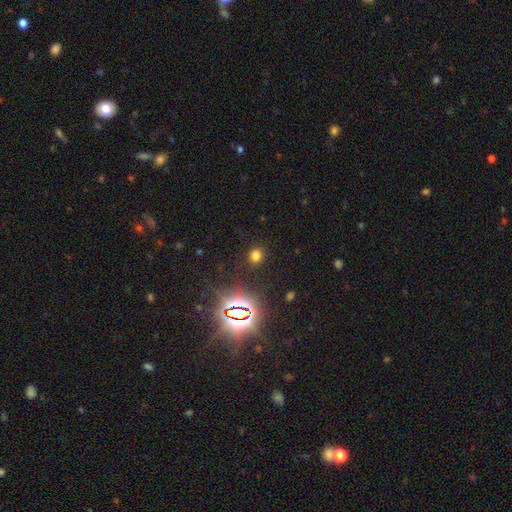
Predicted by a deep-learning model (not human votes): Smooth or featured? smooth (67%)
How rounded? round (71%)
Merging? none (87%)